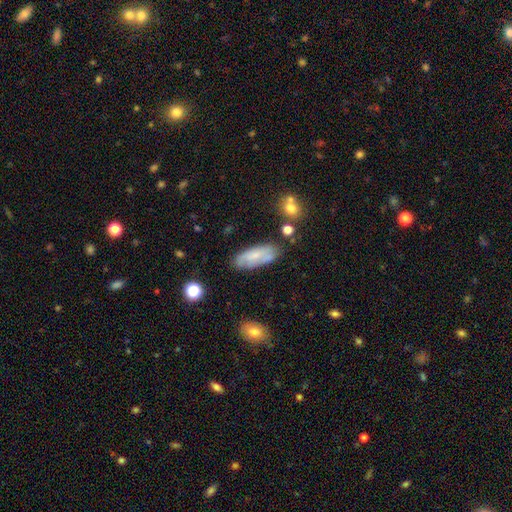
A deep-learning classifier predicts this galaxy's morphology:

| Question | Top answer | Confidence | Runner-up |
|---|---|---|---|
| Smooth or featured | smooth | 58% | featured or disk (34%) |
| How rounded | in between | 74% | cigar-shaped (23%) |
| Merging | none | 74% | minor disturbance (17%) |